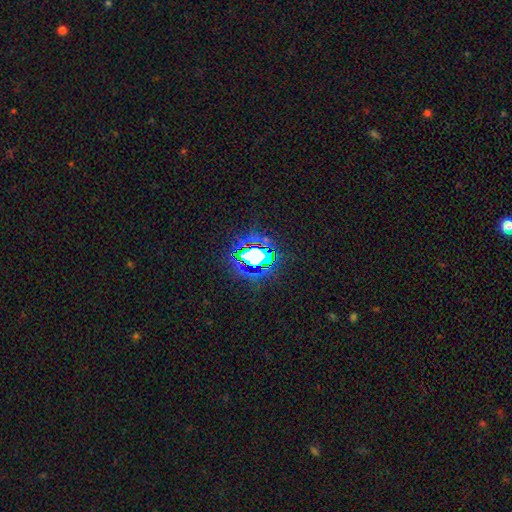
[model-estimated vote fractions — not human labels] A star or artifact, not a galaxy (67%).